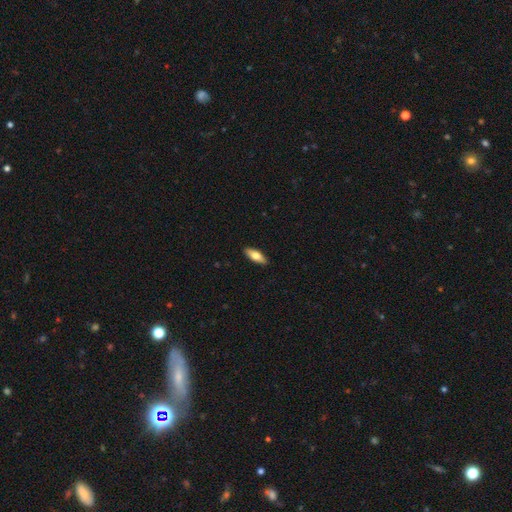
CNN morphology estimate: A smooth galaxy with no disk features (67%) that is in between round and cigar-shaped (63%).

Vote fractions:
- Smooth or featured? smooth: 67% / featured or disk: 27% / star or artifact: 6%
- How rounded? in between: 63% / cigar-shaped: 34% / round: 2%
- Merging? none: 91% / minor disturbance: 7% / major disturbance: 1% / merger: 1%